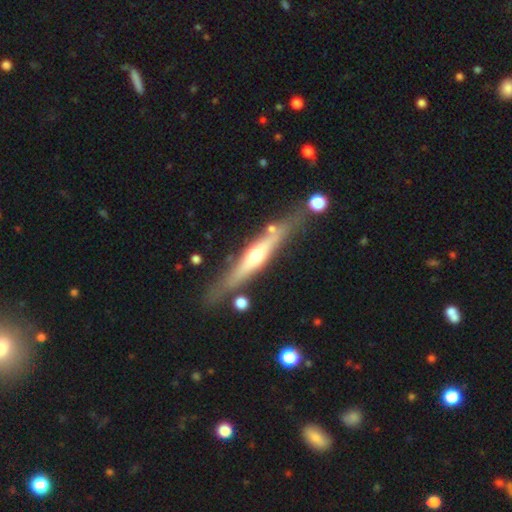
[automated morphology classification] Q: Smooth or featured?
A: featured or disk (67%); runner-up: smooth (28%)
Q: Edge-on disk?
A: yes (92%); runner-up: no (8%)
Q: Edge-on bulge?
A: rounded (85%); runner-up: none (10%)
Q: Merging?
A: none (77%); runner-up: minor disturbance (14%)